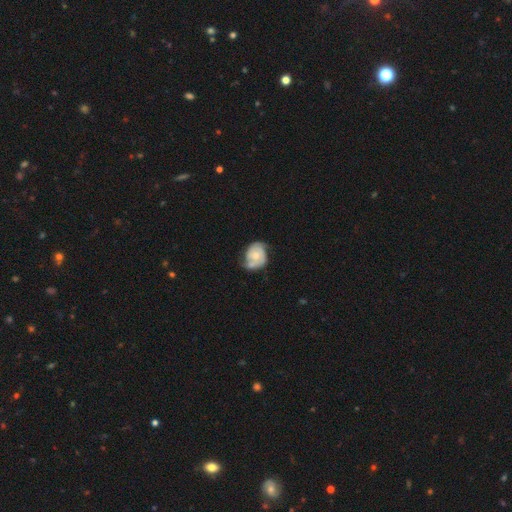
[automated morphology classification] Q: Smooth or featured?
A: featured or disk (67%); runner-up: smooth (27%)
Q: Edge-on disk?
A: no (97%); runner-up: yes (3%)
Q: Bar?
A: no (74%); runner-up: weak (22%)
Q: Spiral arms?
A: yes (86%); runner-up: no (14%)
Q: Spiral winding?
A: tight (48%); runner-up: medium (37%)
Q: Spiral arm count?
A: 2 (67%); runner-up: can't tell (16%)
Q: Bulge size?
A: moderate (47%); runner-up: small (43%)
Q: Merging?
A: none (48%); runner-up: minor disturbance (29%)